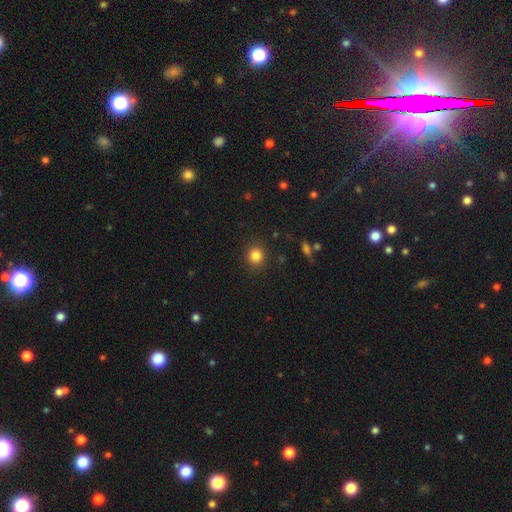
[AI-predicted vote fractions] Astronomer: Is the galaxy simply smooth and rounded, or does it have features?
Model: smooth — 83%.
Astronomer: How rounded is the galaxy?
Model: round — 88%.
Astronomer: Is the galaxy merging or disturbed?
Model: none — 90%.